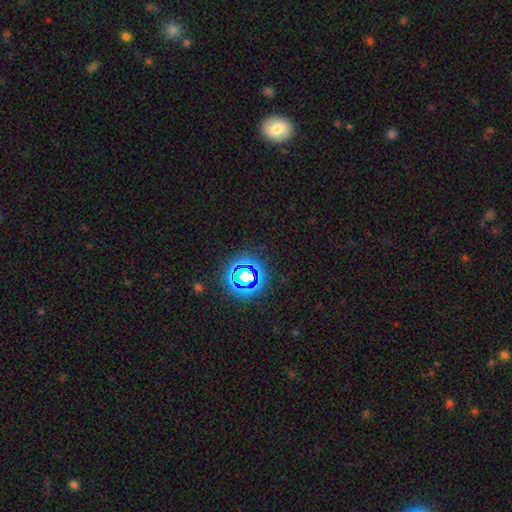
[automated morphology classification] Q: Smooth or featured?
A: star or artifact (69%); runner-up: smooth (24%)